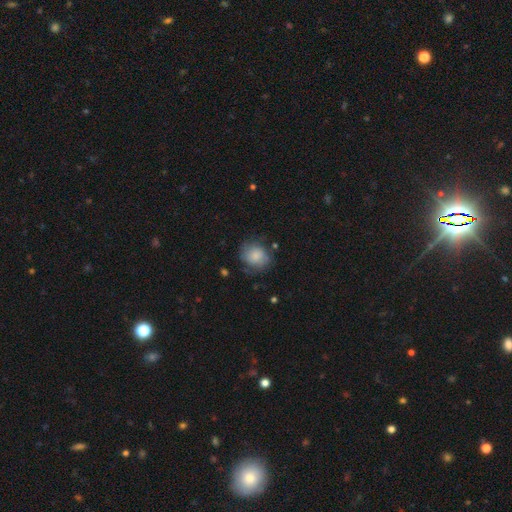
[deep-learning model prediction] Q: Smooth or featured?
A: smooth (73%); runner-up: featured or disk (19%)
Q: How rounded?
A: round (75%); runner-up: in between (24%)
Q: Merging?
A: none (63%); runner-up: minor disturbance (24%)